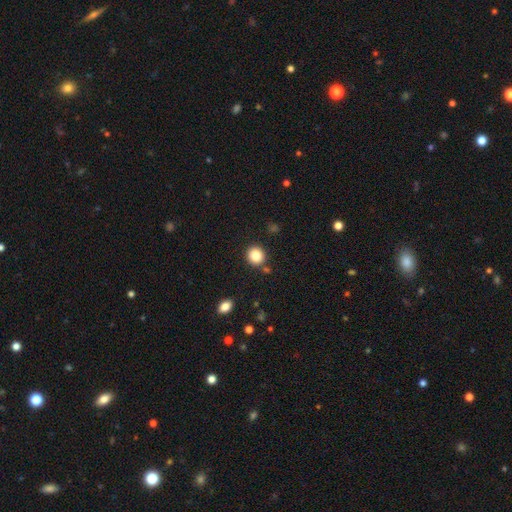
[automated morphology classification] Overall: smooth (85%). How rounded: round (88%). Merging: none (87%).